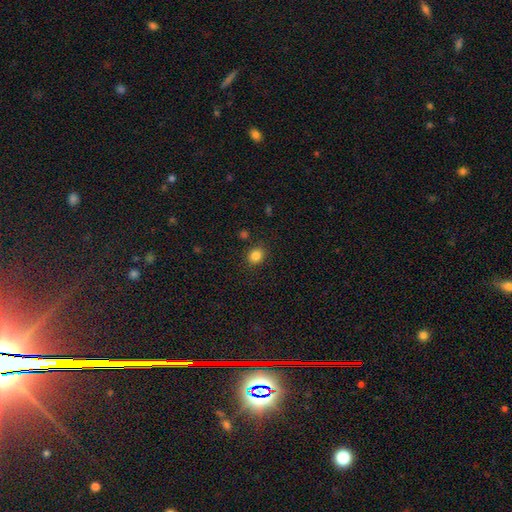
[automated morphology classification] smooth_or_featured: smooth (p=0.85) [alt: star or artifact p=0.11]
how_rounded: round (p=0.68) [alt: in between p=0.31]
merging: none (p=0.86) [alt: minor disturbance p=0.09]